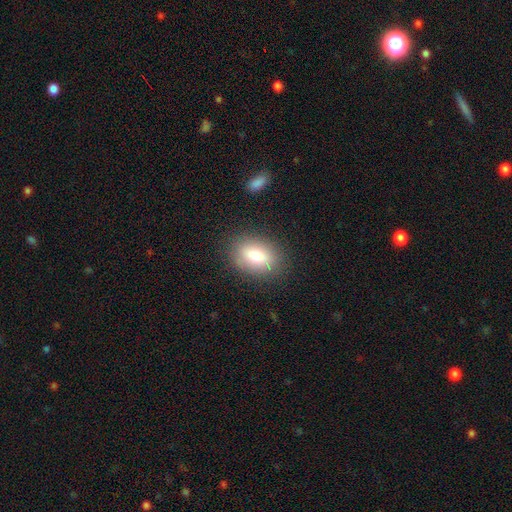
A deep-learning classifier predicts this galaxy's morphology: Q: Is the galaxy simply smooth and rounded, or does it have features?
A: smooth — 80%.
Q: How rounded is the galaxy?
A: in between — 82%.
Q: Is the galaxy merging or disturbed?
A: none — 84%.